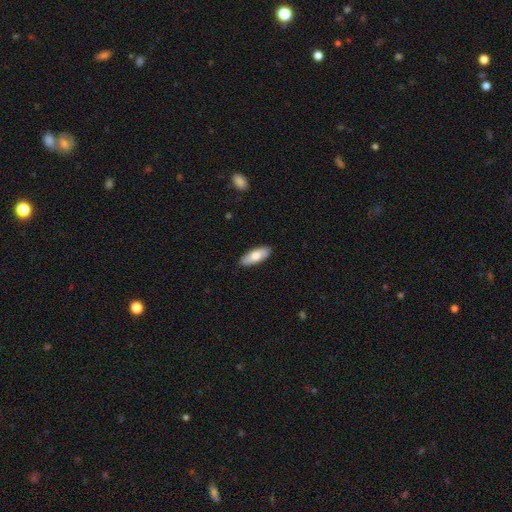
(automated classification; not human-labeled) Smooth or featured?
  - smooth: 75% *
  - featured or disk: 20%
  - star or artifact: 5%
How rounded?
  - in between: 75% *
  - cigar-shaped: 23%
  - round: 2%
Merging?
  - none: 89% *
  - minor disturbance: 9%
  - major disturbance: 2%
  - merger: 1%